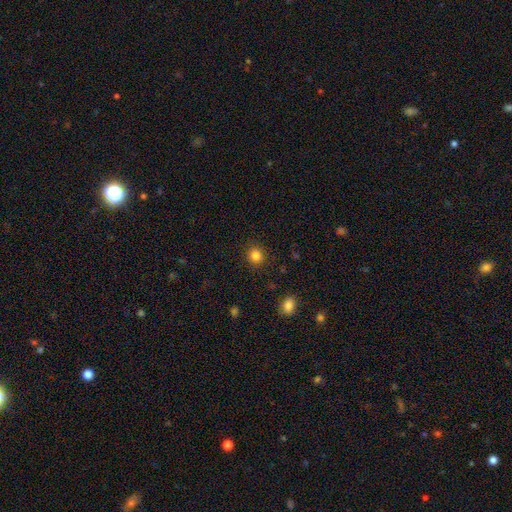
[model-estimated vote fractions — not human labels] Smooth or featured: smooth — 84% (star or artifact — 12%)
How rounded: round — 84% (in between — 15%)
Merging: none — 89% (minor disturbance — 7%)